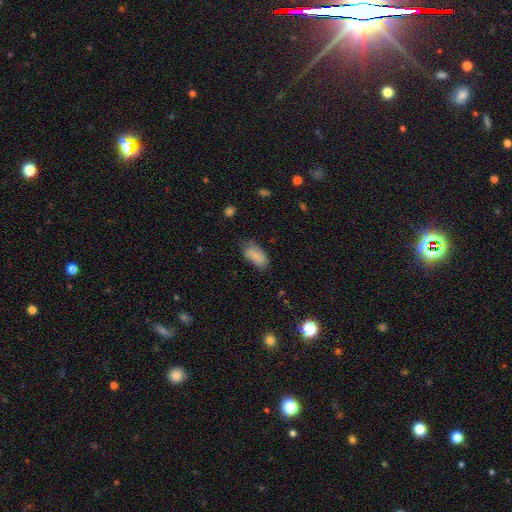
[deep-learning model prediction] Morphology: type=smooth (75%); roundness=in between (91%); merging=none (60%).